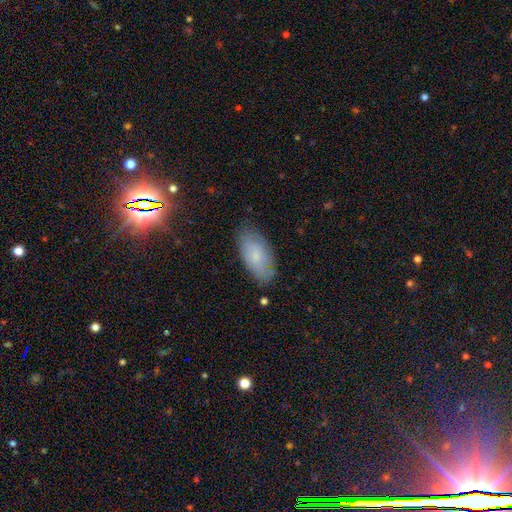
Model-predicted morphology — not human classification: The model was most divided on "smooth or featured": smooth: 69%, featured or disk: 23%, star or artifact: 8%. More confident: how rounded — in between (92%); merging — none (76%).